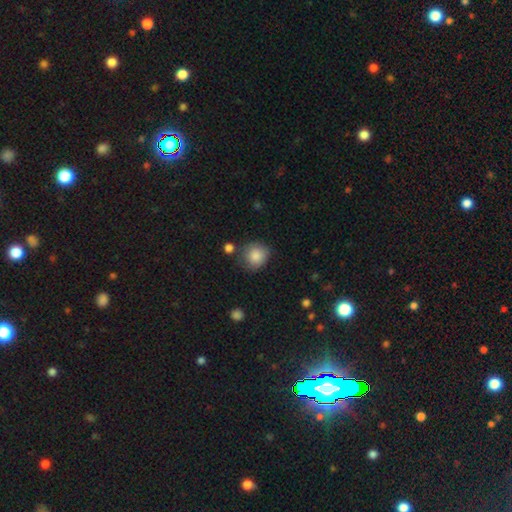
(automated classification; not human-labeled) Smooth or featured?
  - smooth: 85% *
  - star or artifact: 8%
  - featured or disk: 7%
How rounded?
  - round: 84% *
  - in between: 15%
  - cigar-shaped: 1%
Merging?
  - none: 71% *
  - minor disturbance: 20%
  - major disturbance: 5%
  - merger: 5%